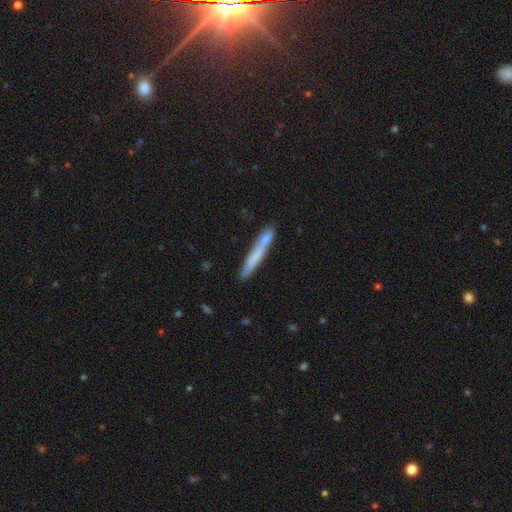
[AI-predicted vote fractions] Overall: smooth (65%; featured or disk 29%). How rounded: cigar-shaped (96%). Merging: none (73%).